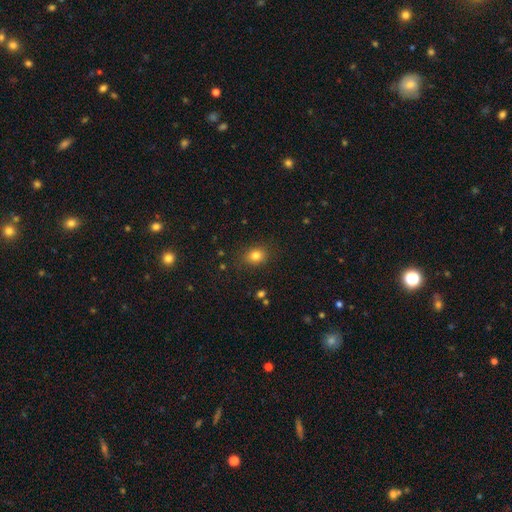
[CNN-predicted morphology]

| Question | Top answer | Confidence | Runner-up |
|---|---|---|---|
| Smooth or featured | smooth | 81% | star or artifact (12%) |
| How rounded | round | 50% | in between (49%) |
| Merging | none | 84% | minor disturbance (11%) |